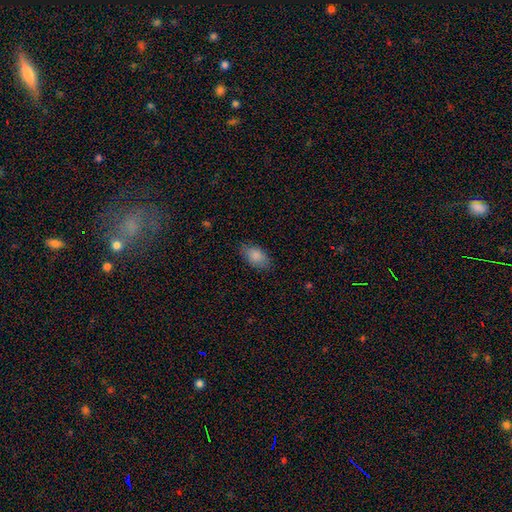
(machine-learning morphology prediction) This is clearly a smooth galaxy (86%). How rounded: clearly in between (92%). Merging: clearly none (82%).